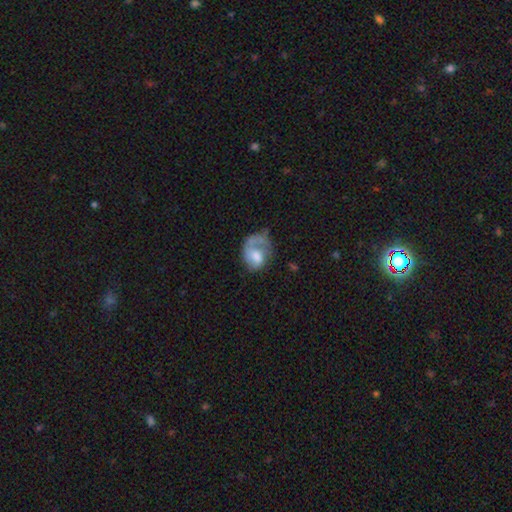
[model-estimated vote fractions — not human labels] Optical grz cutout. It shows a featured or disk galaxy (48%). Merging: major disturbance (41%).